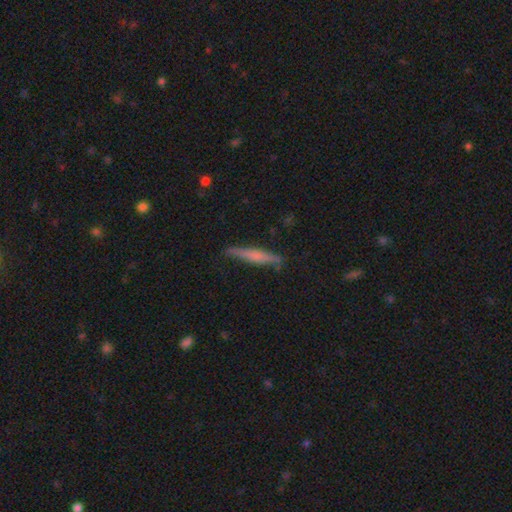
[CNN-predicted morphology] smooth-or-featured: smooth: 50% | featured or disk: 44% | star or artifact: 6%
  merging: none: 82% | minor disturbance: 13% | major disturbance: 3% | merger: 2%